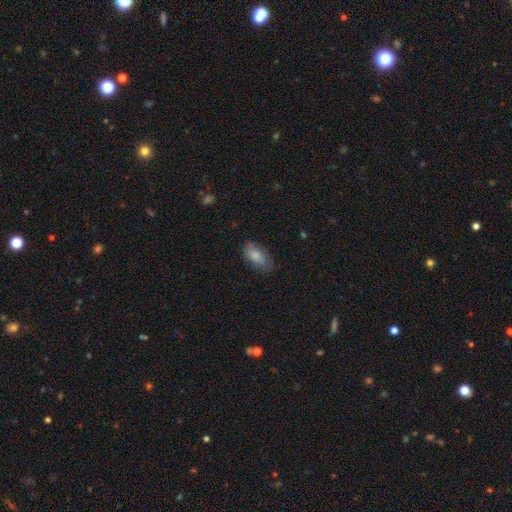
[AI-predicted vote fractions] Smooth or featured?
  - smooth: 81% *
  - featured or disk: 13%
  - star or artifact: 7%
How rounded?
  - in between: 89% *
  - cigar-shaped: 8%
  - round: 3%
Merging?
  - none: 74% *
  - minor disturbance: 20%
  - major disturbance: 5%
  - merger: 1%